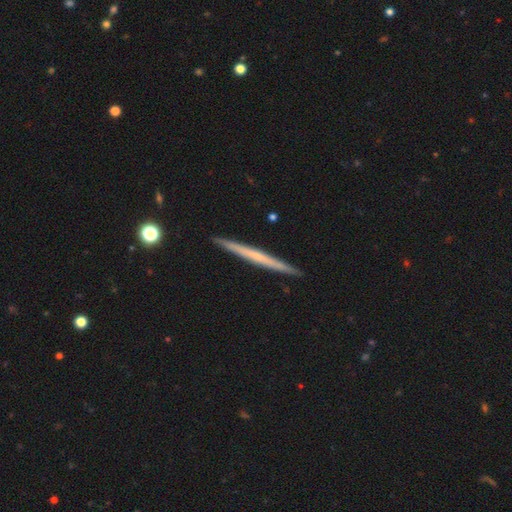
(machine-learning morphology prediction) A featured or disk galaxy (57%) viewed edge-on (98%) with no central bulge (79%). Merging: none (92%).